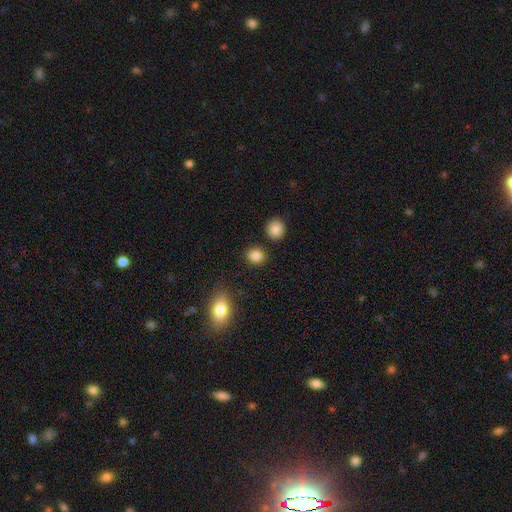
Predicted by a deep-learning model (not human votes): Smooth or featured: smooth — 86% (star or artifact — 10%)
How rounded: round — 79% (in between — 20%)
Merging: none — 87% (minor disturbance — 7%)